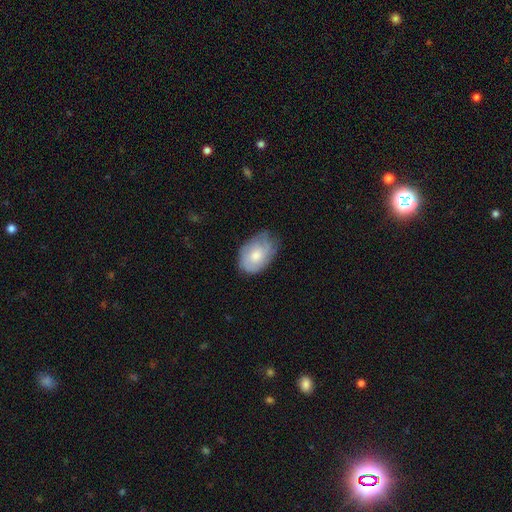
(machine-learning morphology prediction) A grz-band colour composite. It shows a smooth galaxy with no disk features (56%) that is in between round and cigar-shaped (83%). Merging: none (54%).